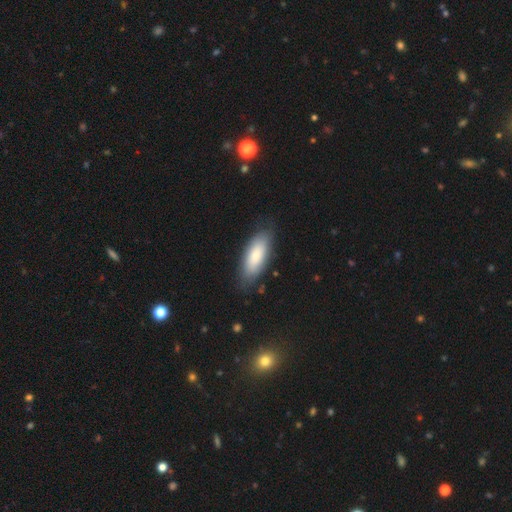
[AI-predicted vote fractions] smooth-or-featured: smooth: 79% | featured or disk: 15% | star or artifact: 6%
  how-rounded: in between: 80% | cigar-shaped: 18% | round: 2%
  merging: none: 78% | minor disturbance: 16% | major disturbance: 4% | merger: 1%